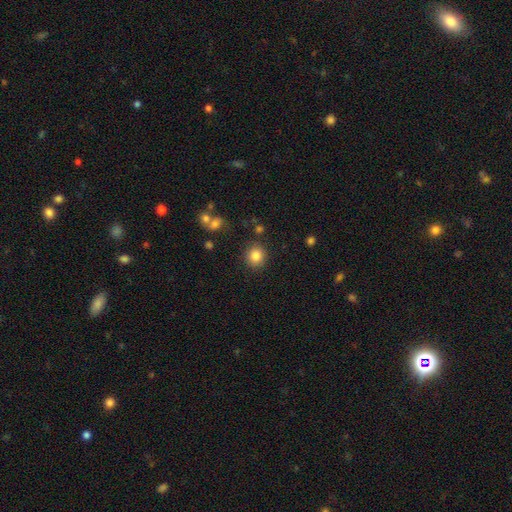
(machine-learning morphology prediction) A smooth galaxy with no disk features (84%) that is round (86%). Merging: none (87%).